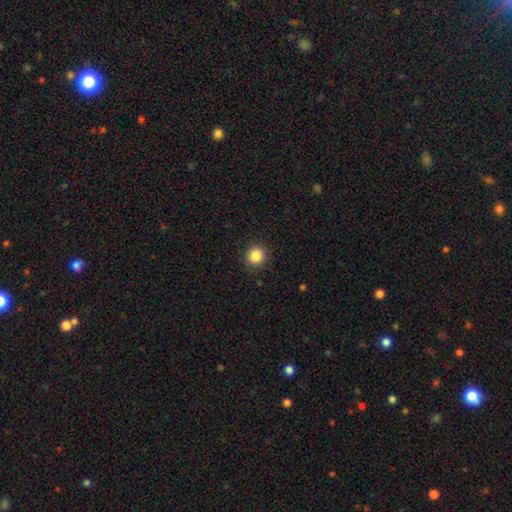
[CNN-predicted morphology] smooth_or_featured: smooth (p=0.86) [alt: star or artifact p=0.10]
how_rounded: round (p=0.93) [alt: in between p=0.06]
merging: none (p=0.91) [alt: minor disturbance p=0.06]